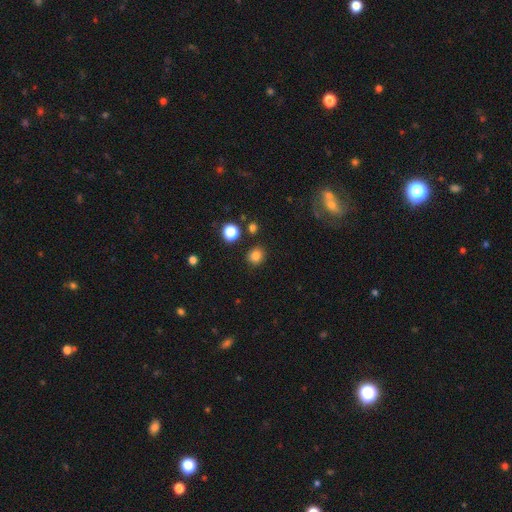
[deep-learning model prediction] smooth 82%, star or artifact 13%, featured or disk 5%. Down the decision tree: how rounded — round (80%); merging — none (88%).